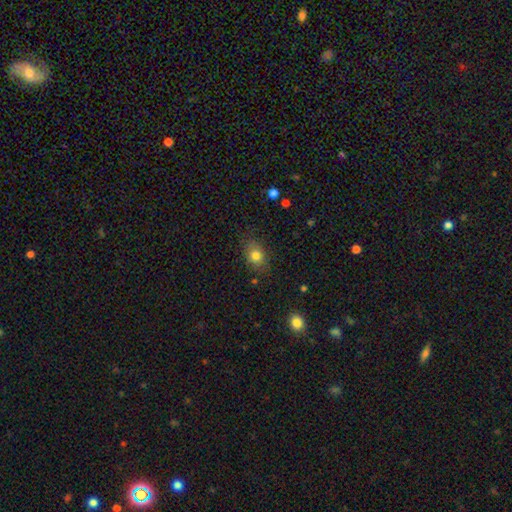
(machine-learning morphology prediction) Smooth or featured? smooth (80%)
How rounded? in between (62%)
Merging? none (80%)